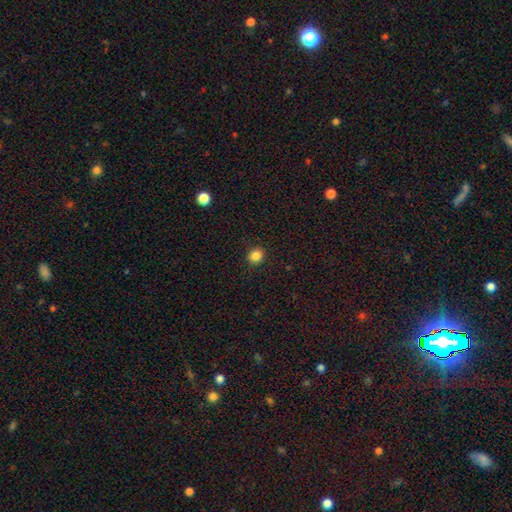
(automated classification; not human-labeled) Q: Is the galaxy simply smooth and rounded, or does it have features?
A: smooth — 85%.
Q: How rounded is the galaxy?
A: round — 80%.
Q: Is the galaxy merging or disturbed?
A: none — 91%.